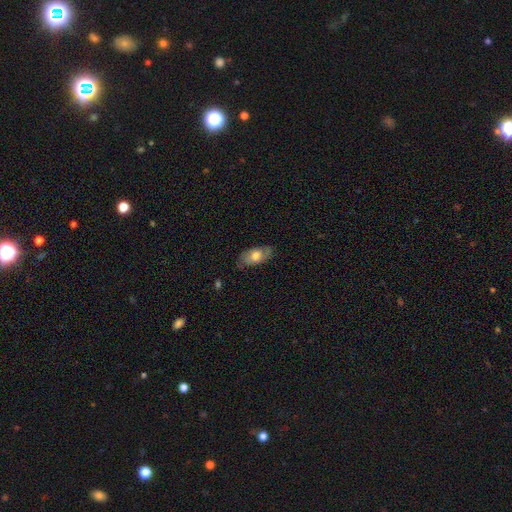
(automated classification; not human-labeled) smooth_or_featured: smooth (p=0.55) [alt: featured or disk p=0.38]
how_rounded: in between (p=0.89) [alt: round p=0.06]
merging: none (p=0.74) [alt: minor disturbance p=0.20]